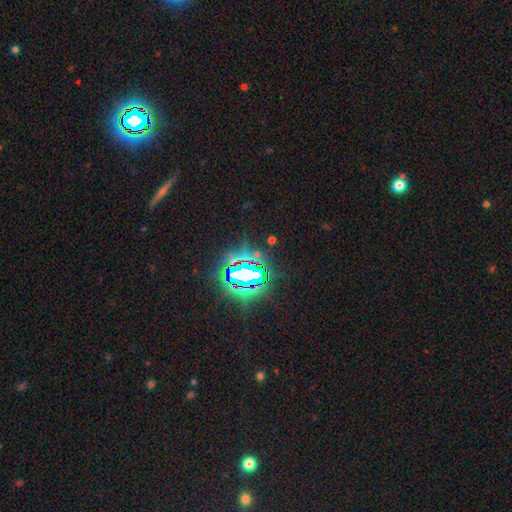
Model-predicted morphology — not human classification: The model was most divided on "smooth or featured": star or artifact: 79%, smooth: 12%, featured or disk: 9%.